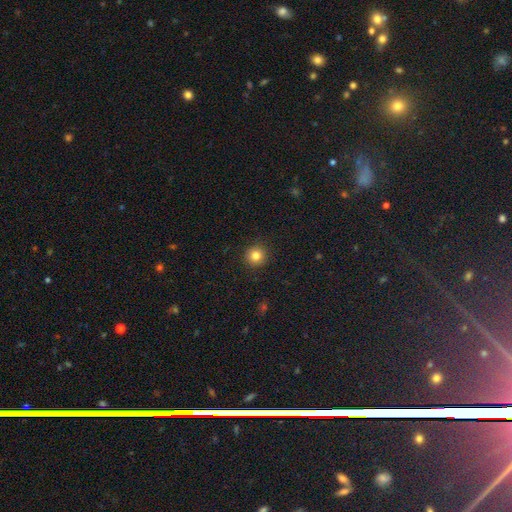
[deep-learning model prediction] Q: Smooth or featured?
A: smooth (83%); runner-up: star or artifact (12%)
Q: How rounded?
A: round (95%); runner-up: in between (4%)
Q: Merging?
A: none (92%); runner-up: minor disturbance (5%)